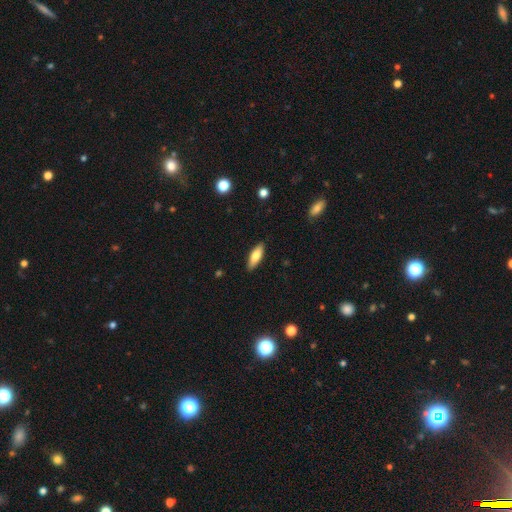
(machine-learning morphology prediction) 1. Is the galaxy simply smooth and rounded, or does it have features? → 78% smooth, 16% featured or disk, 6% star or artifact.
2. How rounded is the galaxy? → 59% in between, 39% cigar-shaped, 2% round.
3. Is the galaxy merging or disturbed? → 87% none, 10% minor disturbance, 2% major disturbance, 1% merger.